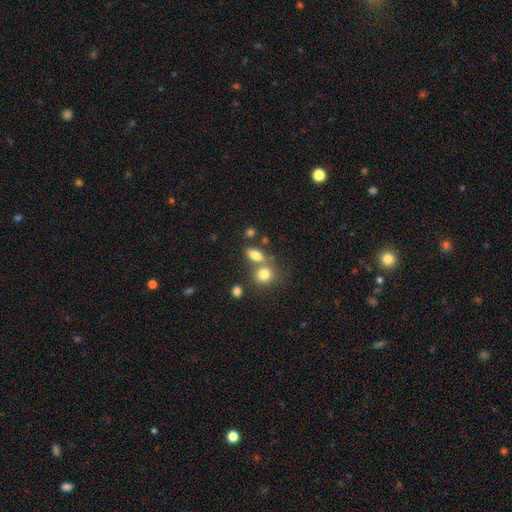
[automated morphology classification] Overall: smooth (77%). How rounded: in between (75%). Merging: none (52%; merger 33%).